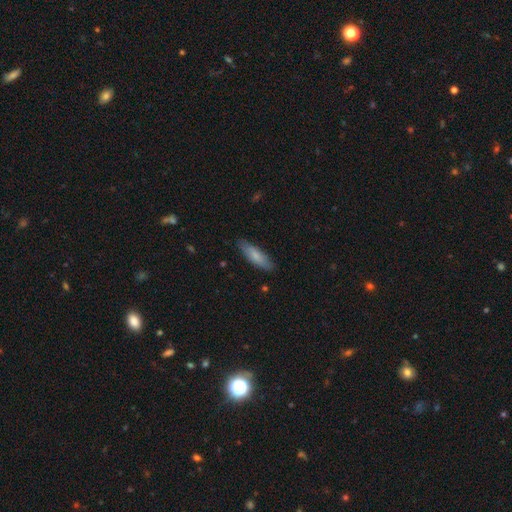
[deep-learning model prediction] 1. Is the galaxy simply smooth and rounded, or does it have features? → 77% smooth, 17% featured or disk, 5% star or artifact.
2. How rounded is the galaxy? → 54% cigar-shaped, 44% in between, 2% round.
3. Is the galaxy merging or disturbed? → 83% none, 13% minor disturbance, 2% major disturbance, 1% merger.